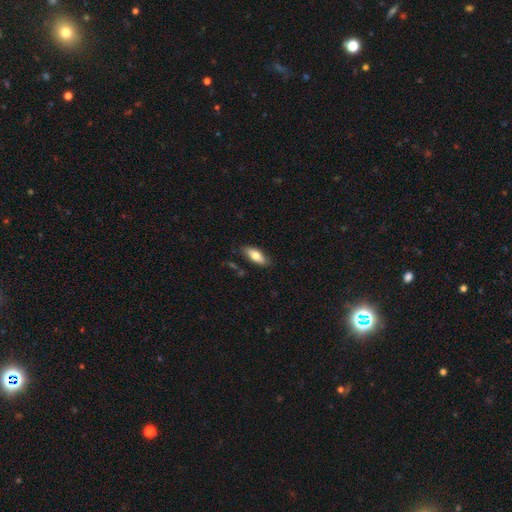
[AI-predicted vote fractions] Smooth or featured? smooth (73%)
How rounded? in between (79%)
Merging? none (82%)